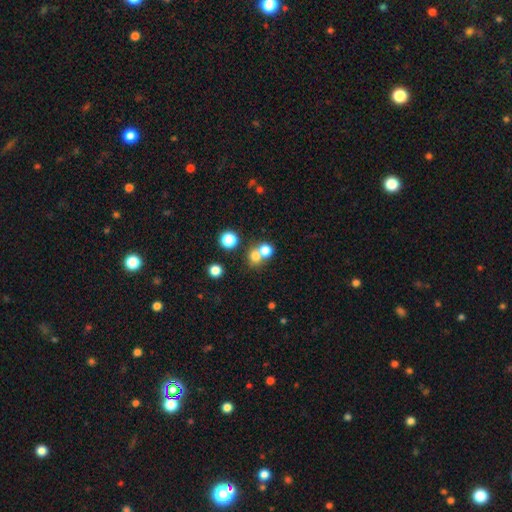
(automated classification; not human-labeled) This appears to be a smooth galaxy with no disk features (72%) that is round (81%). Merging: none (47%).